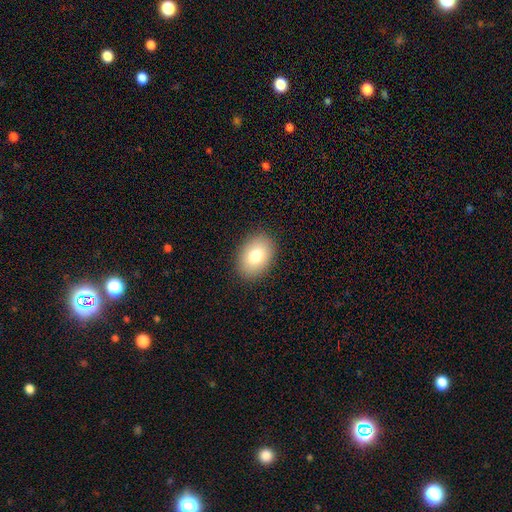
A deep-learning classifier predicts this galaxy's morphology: Smooth or featured: smooth — 79% (featured or disk — 12%)
How rounded: in between — 76% (round — 23%)
Merging: none — 89% (minor disturbance — 8%)